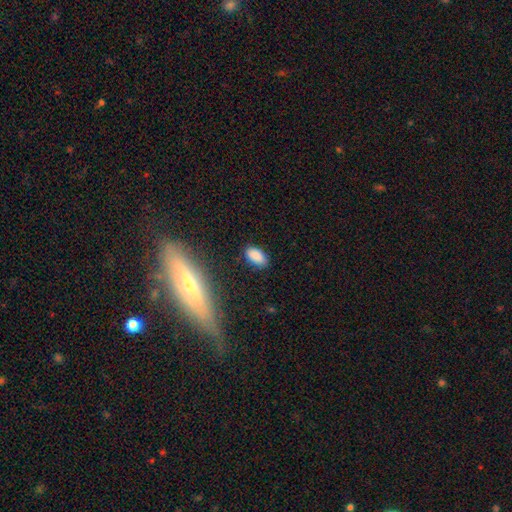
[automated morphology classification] A smooth galaxy with no disk features (86%) that is in between round and cigar-shaped (93%). Merging: none (83%).